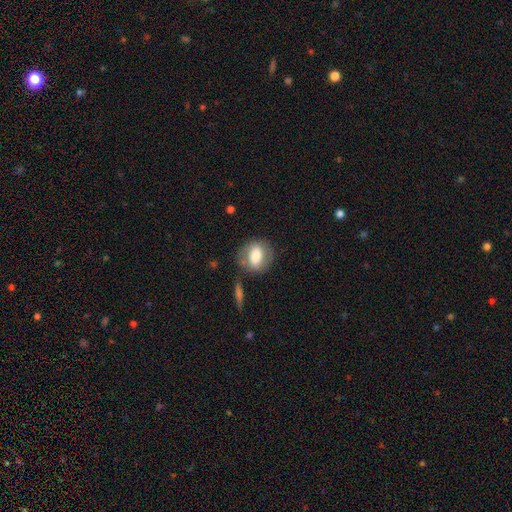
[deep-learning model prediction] This is likely a smooth galaxy (67%). How rounded: possibly in between (50%). Merging: likely none (69%).